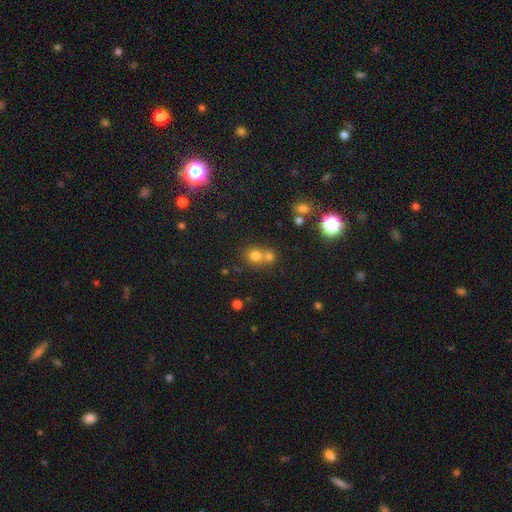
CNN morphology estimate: Smooth or featured? smooth (74%)
How rounded? round (82%)
Merging? merger (45%, tied with none)